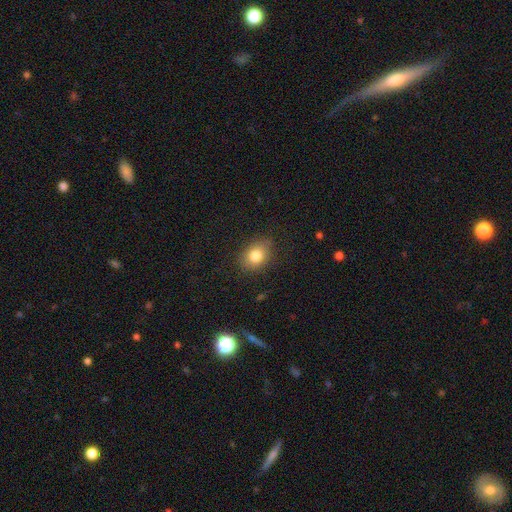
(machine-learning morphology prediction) Smooth or featured?
  - smooth: 81% *
  - star or artifact: 10%
  - featured or disk: 9%
How rounded?
  - in between: 60% *
  - round: 39%
  - cigar-shaped: 1%
Merging?
  - none: 82% *
  - minor disturbance: 14%
  - major disturbance: 3%
  - merger: 1%